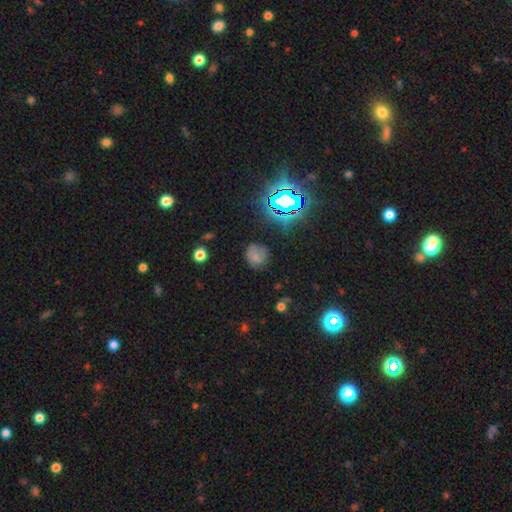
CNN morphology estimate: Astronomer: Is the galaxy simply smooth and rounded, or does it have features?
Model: smooth — 60%.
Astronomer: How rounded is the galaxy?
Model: round — 79%.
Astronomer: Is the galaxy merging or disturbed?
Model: none — 68%.